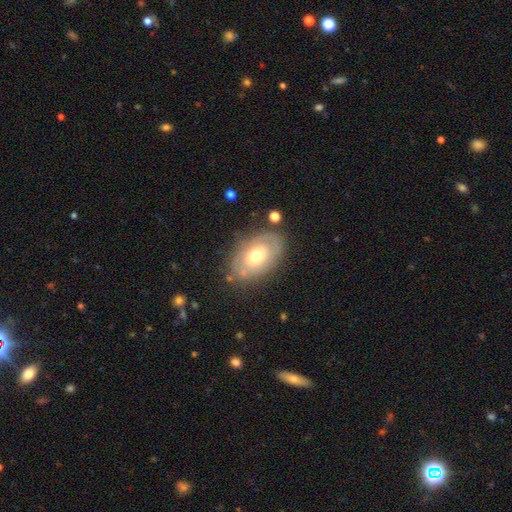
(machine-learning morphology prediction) Smooth or featured?
  - featured or disk: 50% *
  - smooth: 43%
  - star or artifact: 7%
Merging?
  - none: 72% *
  - minor disturbance: 18%
  - major disturbance: 7%
  - merger: 3%